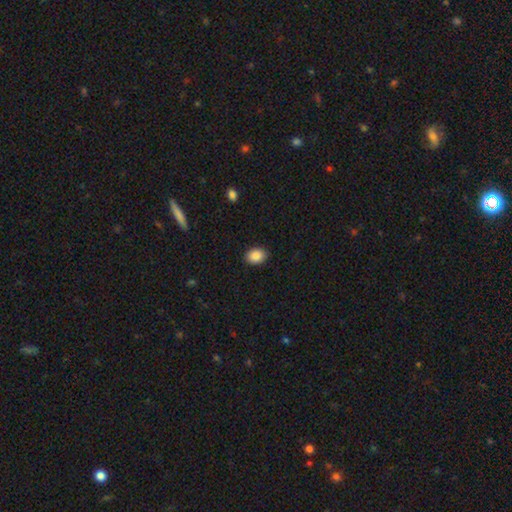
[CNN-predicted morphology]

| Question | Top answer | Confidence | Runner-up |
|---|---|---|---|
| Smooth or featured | smooth | 88% | star or artifact (8%) |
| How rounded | in between | 65% | round (34%) |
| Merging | none | 90% | minor disturbance (7%) |